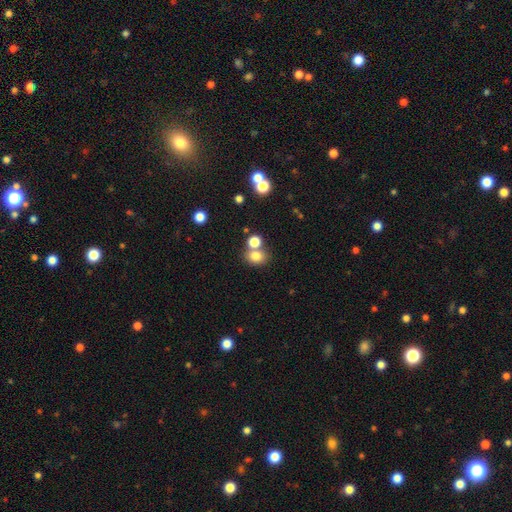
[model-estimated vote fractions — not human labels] Q: Smooth or featured?
A: smooth (78%); runner-up: star or artifact (13%)
Q: How rounded?
A: round (58%); runner-up: in between (41%)
Q: Merging?
A: none (57%); runner-up: merger (30%)